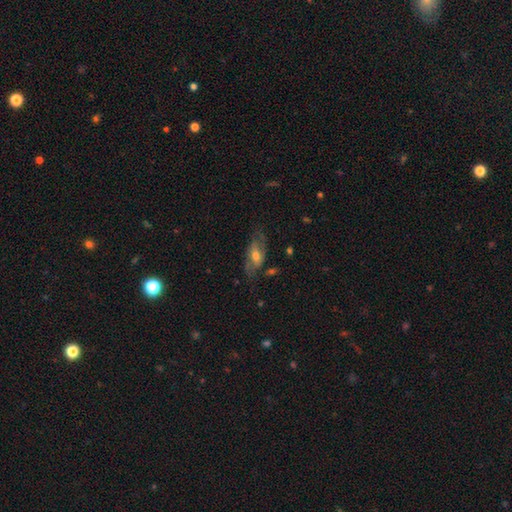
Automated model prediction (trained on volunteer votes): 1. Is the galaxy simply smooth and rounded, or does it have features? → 64% featured or disk, 26% smooth, 9% star or artifact.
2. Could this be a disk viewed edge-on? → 83% no, 17% yes.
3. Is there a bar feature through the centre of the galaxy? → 44% no, 39% weak, 17% strong.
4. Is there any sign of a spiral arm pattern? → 73% yes, 27% no.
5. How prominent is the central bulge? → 61% moderate, 28% small, 8% large, 2% none, 1% dominant.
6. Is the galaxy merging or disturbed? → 67% none, 19% minor disturbance, 11% major disturbance, 2% merger.